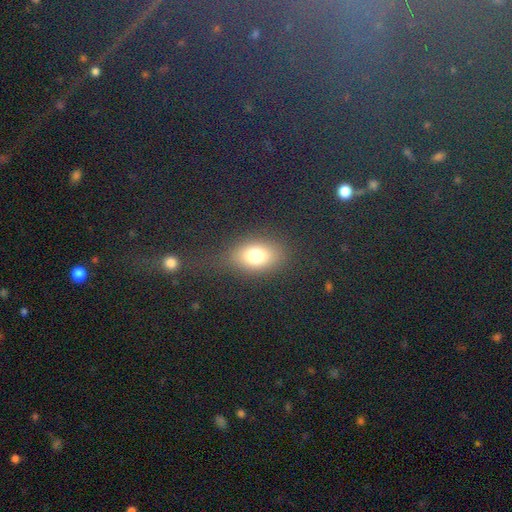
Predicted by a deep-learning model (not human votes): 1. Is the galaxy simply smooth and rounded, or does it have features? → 73% smooth, 13% star or artifact, 13% featured or disk.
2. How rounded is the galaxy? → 69% in between, 28% round, 3% cigar-shaped.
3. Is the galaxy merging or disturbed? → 74% none, 14% minor disturbance, 10% major disturbance, 2% merger.